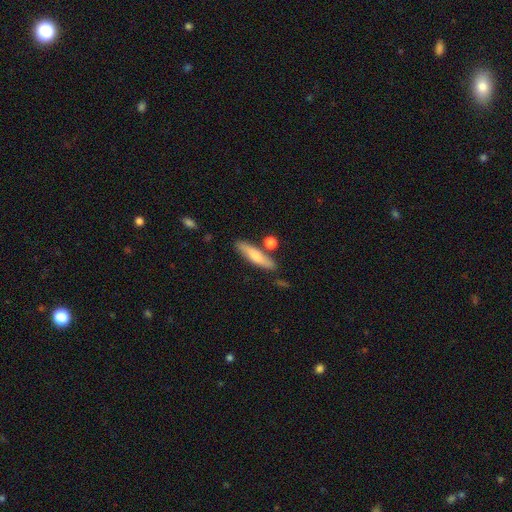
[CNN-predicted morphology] Overall: smooth (66%; featured or disk 27%). How rounded: cigar-shaped (75%). Merging: none (74%).